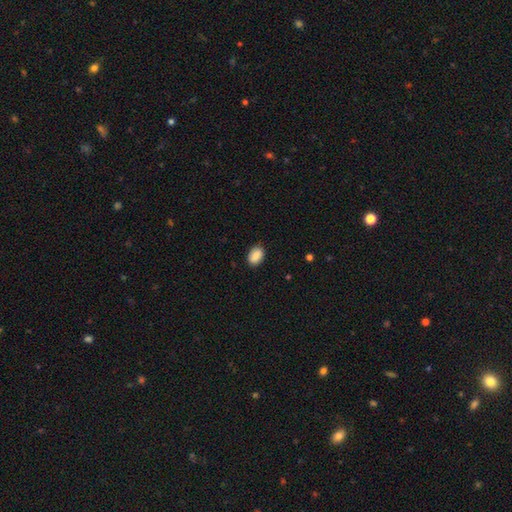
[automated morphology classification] Smooth or featured: smooth — 84% (featured or disk — 8%)
How rounded: in between — 84% (round — 15%)
Merging: none — 85% (minor disturbance — 11%)